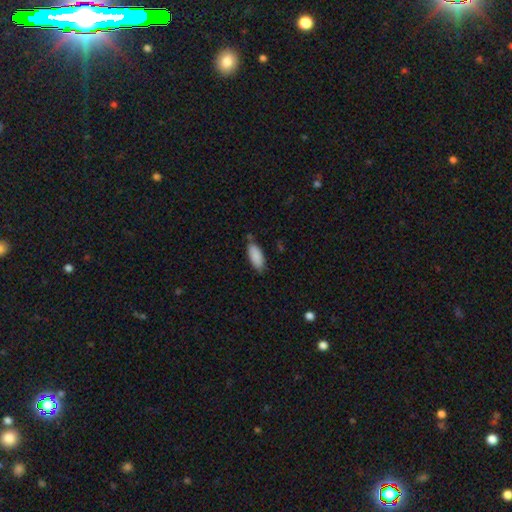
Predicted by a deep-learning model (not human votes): Smooth or featured? Predicted: smooth (p=0.89). How rounded? Predicted: in between (p=0.83). Merging? Predicted: none (p=0.74).